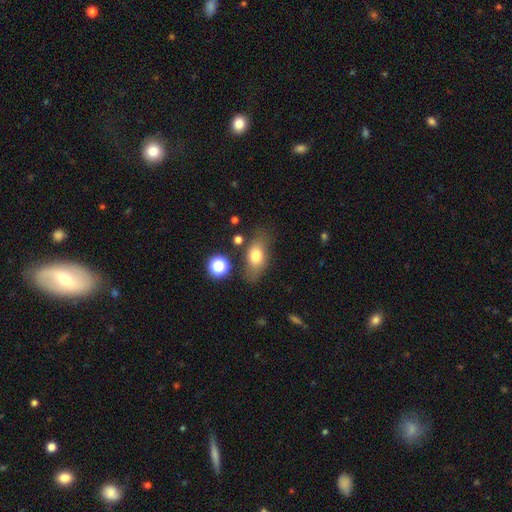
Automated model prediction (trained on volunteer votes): Smooth or featured? smooth (74%)
How rounded? in between (79%)
Merging? none (71%)